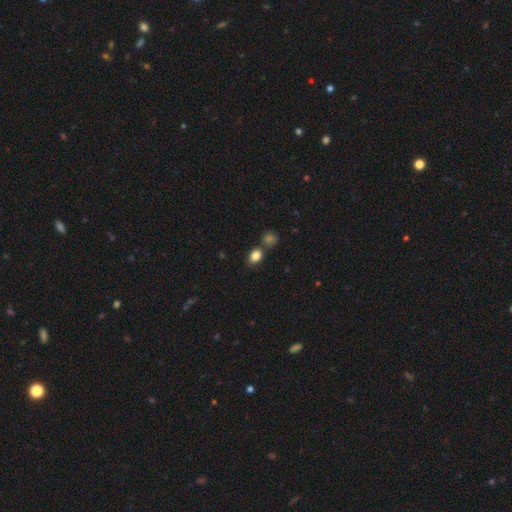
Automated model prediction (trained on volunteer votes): Morphology: type=smooth (84%); roundness=in between (65%); merging=none (65%).